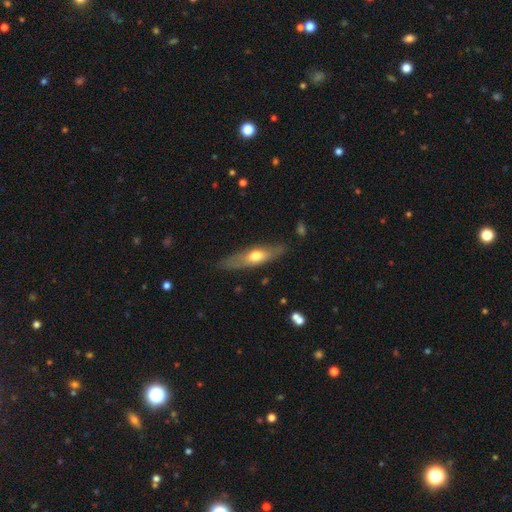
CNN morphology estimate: This appears to be a smooth galaxy with no disk features (48%). Merging: none (80%).